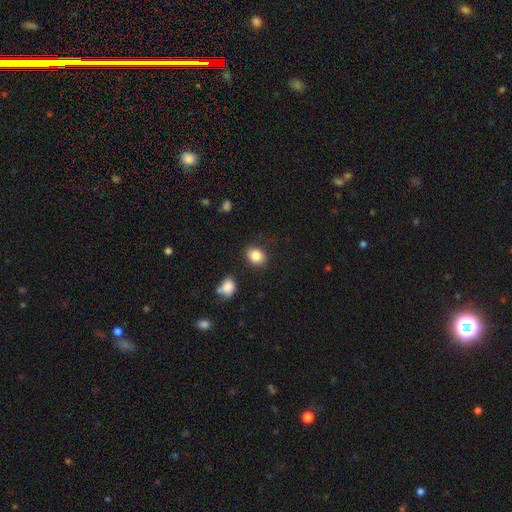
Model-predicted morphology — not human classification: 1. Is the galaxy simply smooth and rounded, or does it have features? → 85% smooth, 9% star or artifact, 6% featured or disk.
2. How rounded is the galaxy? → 52% in between, 47% round, 1% cigar-shaped.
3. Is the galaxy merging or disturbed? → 84% none, 10% minor disturbance, 3% major disturbance, 3% merger.